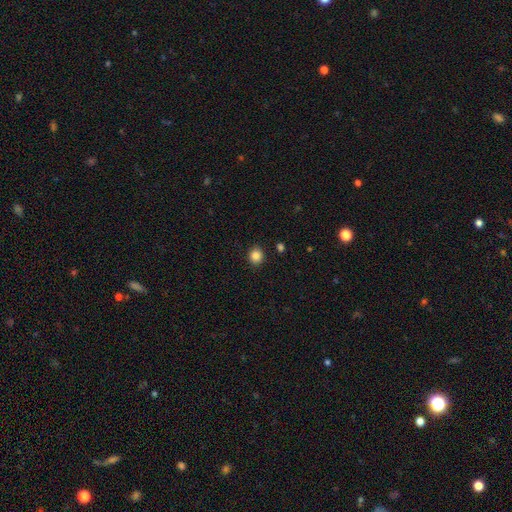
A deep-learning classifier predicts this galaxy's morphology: A smooth galaxy with no disk features (86%) that is round (79%).

Vote fractions:
- Smooth or featured? smooth: 86% / star or artifact: 11% / featured or disk: 3%
- How rounded? round: 79% / in between: 20% / cigar-shaped: 1%
- Merging? none: 89% / minor disturbance: 7% / major disturbance: 2% / merger: 2%